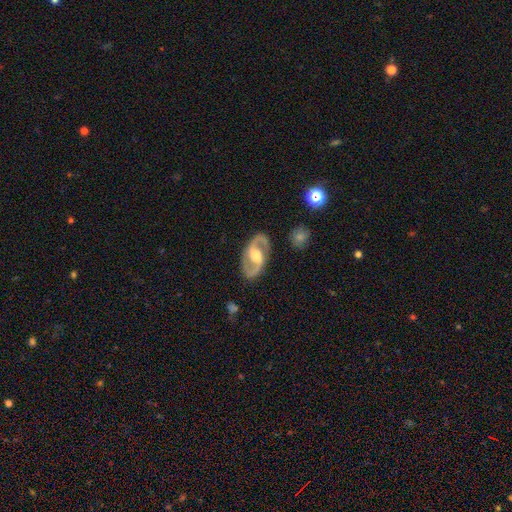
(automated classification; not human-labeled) Smooth or featured?
  - featured or disk: 87% *
  - smooth: 9%
  - star or artifact: 4%
Edge-on disk?
  - no: 96% *
  - yes: 4%
Bar?
  - weak: 45% *
  - strong: 28%
  - no: 27%
Spiral arms?
  - yes: 92% *
  - no: 8%
Spiral winding?
  - medium: 57% *
  - loose: 27%
  - tight: 16%
Spiral arm count?
  - 2: 93% *
  - can't tell: 2%
  - 1: 1%
  - 3: 1%
  - 4: 1%
  - more than 4: 1%
Bulge size?
  - moderate: 67% *
  - large: 18%
  - small: 12%
  - none: 2%
  - dominant: 1%
Merging?
  - none: 85% *
  - minor disturbance: 10%
  - major disturbance: 3%
  - merger: 2%